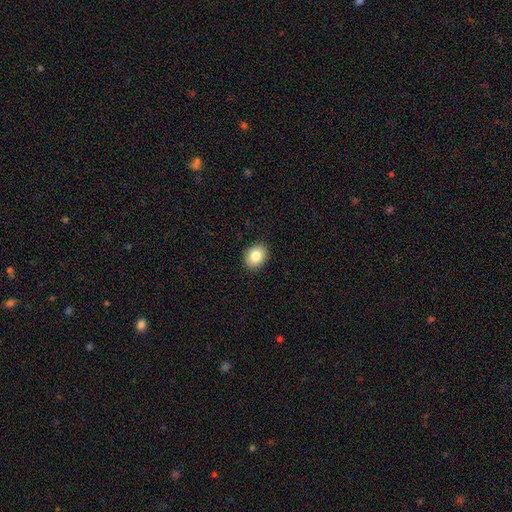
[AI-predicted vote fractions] A smooth galaxy with no disk features (83%) that is in between round and cigar-shaped (55%). Merging: none (90%).